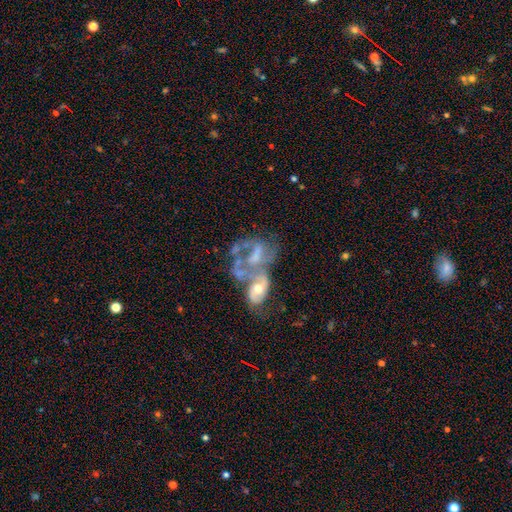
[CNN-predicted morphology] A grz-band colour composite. It shows a featured or disk galaxy (71%) with no bar (66%), no spiral arms (51%) and a moderate central bulge (36%). Merging: merger (60%).